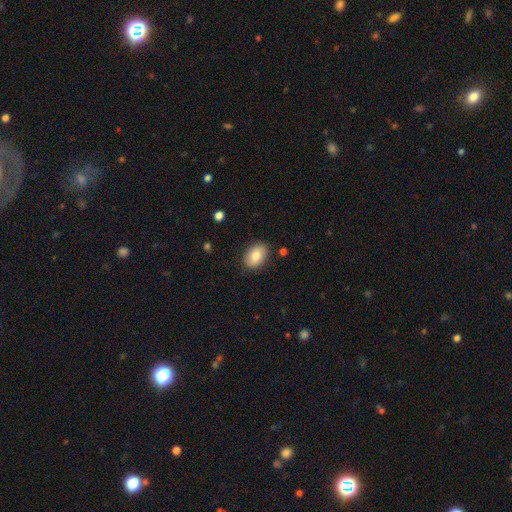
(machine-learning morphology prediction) Overall: smooth (81%). How rounded: in between (84%). Merging: none (86%).